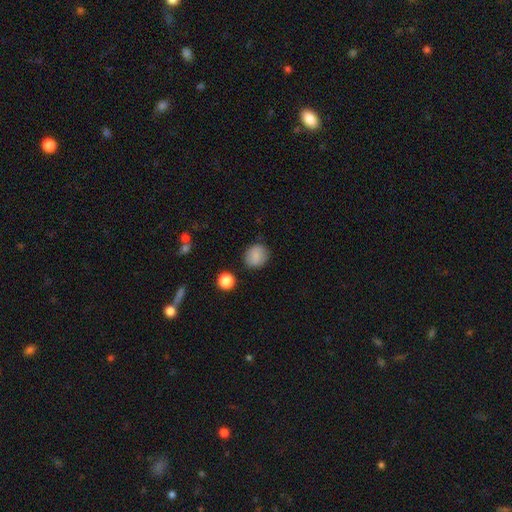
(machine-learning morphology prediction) Q: Smooth or featured?
A: smooth (84%); runner-up: star or artifact (9%)
Q: How rounded?
A: round (75%); runner-up: in between (24%)
Q: Merging?
A: none (86%); runner-up: minor disturbance (10%)